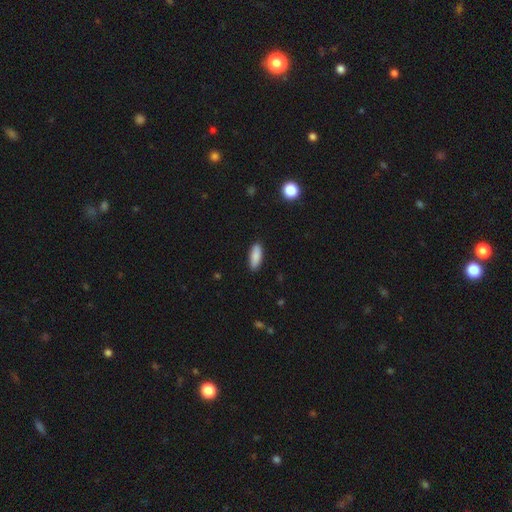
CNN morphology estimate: This is clearly a smooth galaxy (88%). How rounded: likely in between (71%). Merging: clearly none (88%).